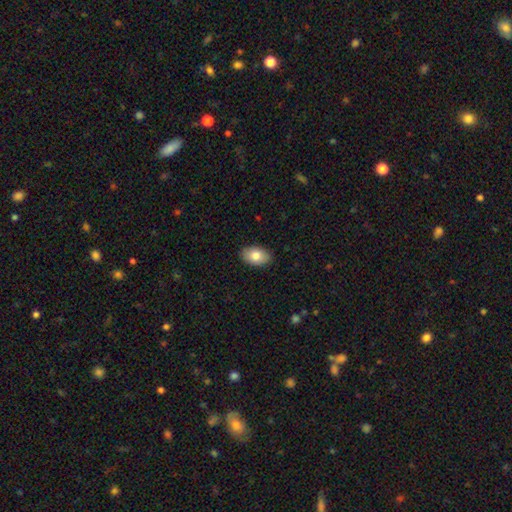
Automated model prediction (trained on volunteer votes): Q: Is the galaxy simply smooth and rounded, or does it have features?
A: smooth — 81%.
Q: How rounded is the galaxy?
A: in between — 90%.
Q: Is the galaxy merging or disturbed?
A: none — 88%.